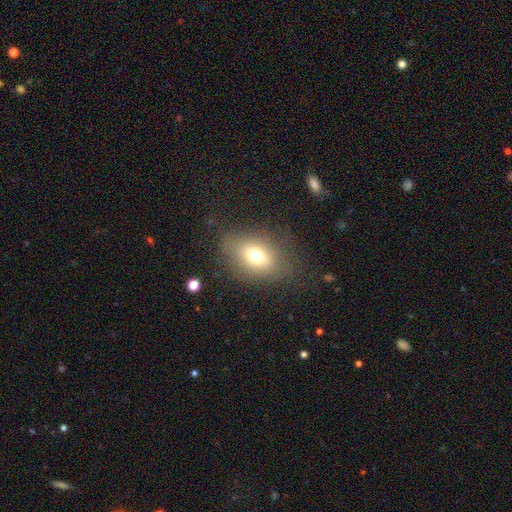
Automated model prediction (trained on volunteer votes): Q: Smooth or featured?
A: smooth (68%); runner-up: featured or disk (17%)
Q: How rounded?
A: in between (70%); runner-up: round (28%)
Q: Merging?
A: none (73%); runner-up: minor disturbance (16%)